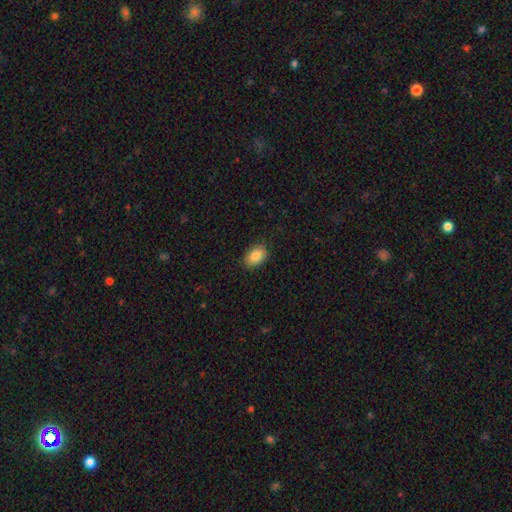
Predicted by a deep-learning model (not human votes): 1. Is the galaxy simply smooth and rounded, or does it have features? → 86% smooth, 8% star or artifact, 7% featured or disk.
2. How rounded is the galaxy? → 83% in between, 16% round, 1% cigar-shaped.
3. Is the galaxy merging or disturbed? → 86% none, 11% minor disturbance, 2% major disturbance, 1% merger.